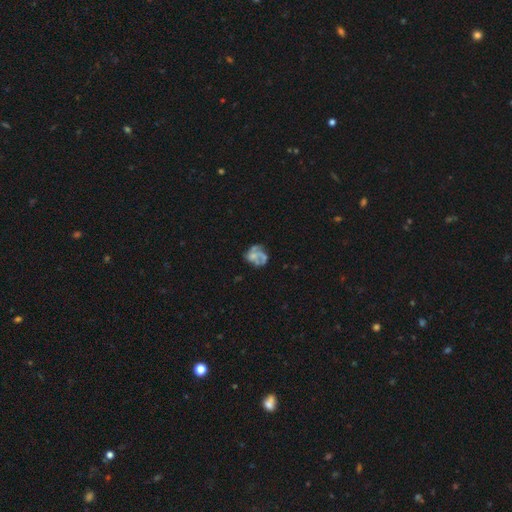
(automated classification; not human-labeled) Smooth or featured?
  - featured or disk: 61% *
  - smooth: 28%
  - star or artifact: 11%
Edge-on disk?
  - no: 98% *
  - yes: 2%
Bar?
  - no: 83% *
  - weak: 14%
  - strong: 3%
Spiral arms?
  - yes: 54% *
  - no: 46%
Bulge size?
  - small: 36% *
  - none: 33%
  - moderate: 26%
  - large: 4%
  - dominant: 2%
Merging?
  - none: 44% *
  - major disturbance: 26%
  - minor disturbance: 21%
  - merger: 9%